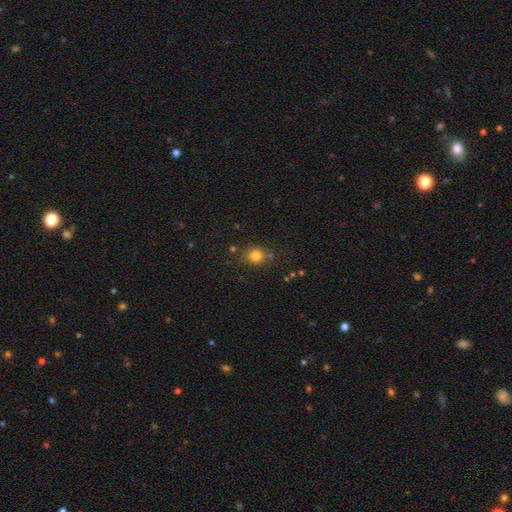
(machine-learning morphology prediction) Smooth or featured: smooth — 80% (star or artifact — 13%)
How rounded: round — 79% (in between — 20%)
Merging: none — 74% (minor disturbance — 12%)